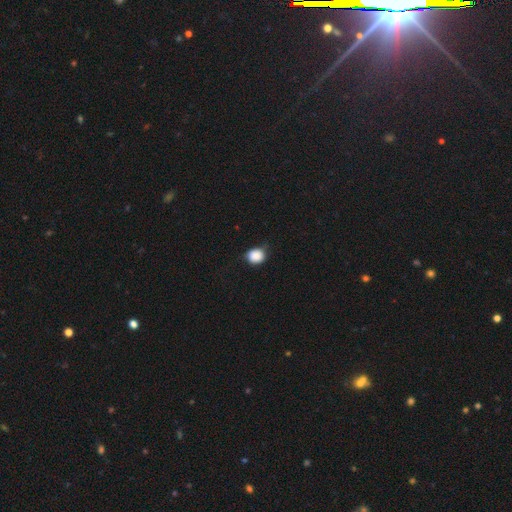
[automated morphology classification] Smooth or featured: smooth — 87% (star or artifact — 9%)
How rounded: round — 73% (in between — 26%)
Merging: none — 73% (minor disturbance — 22%)